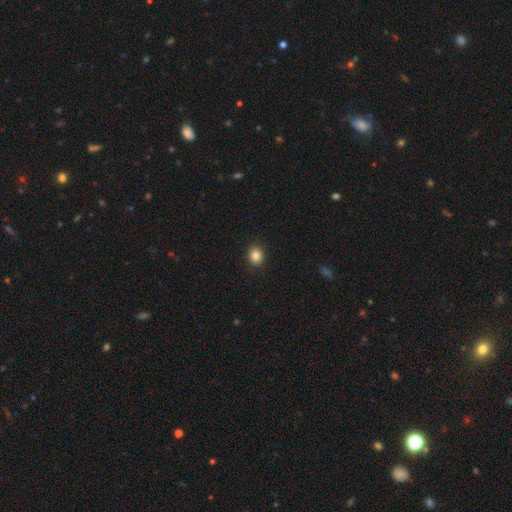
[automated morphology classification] The model was most divided on "how rounded": round: 78%, in between: 21%, cigar-shaped: 1%. More confident: merging — none (92%); smooth or featured — smooth (84%).